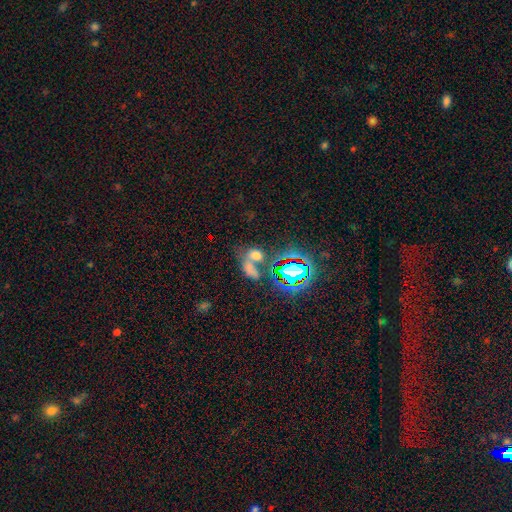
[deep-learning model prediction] Morphology: type=smooth (49%); merging=merger (53%).